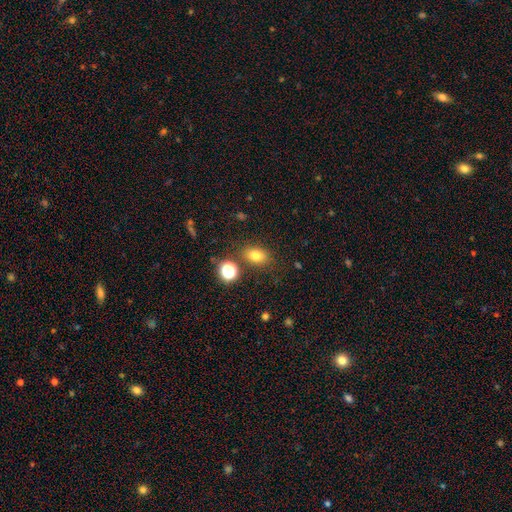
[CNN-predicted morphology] smooth-or-featured: smooth: 76% | star or artifact: 15% | featured or disk: 9%
  how-rounded: in between: 70% | round: 29% | cigar-shaped: 2%
  merging: none: 79% | minor disturbance: 11% | merger: 6% | major disturbance: 4%